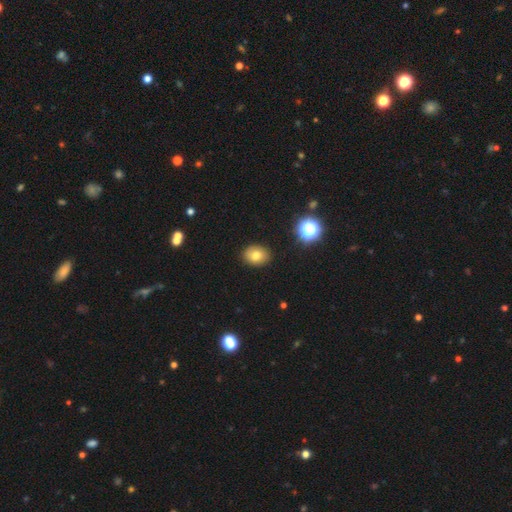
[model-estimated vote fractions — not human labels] This is likely a smooth galaxy (77%). How rounded: possibly in between (56%). Merging: clearly none (89%).